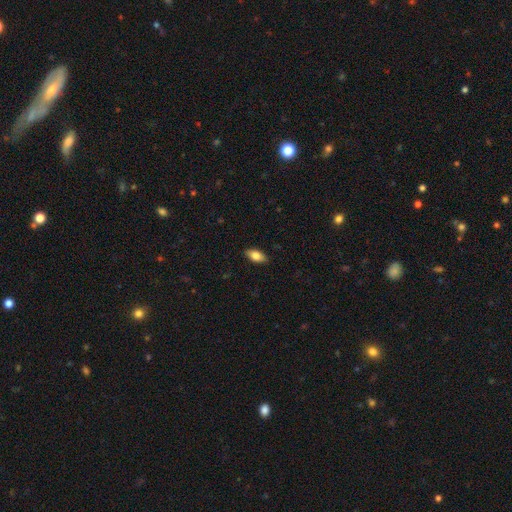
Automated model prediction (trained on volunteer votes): Smooth or featured: smooth — 82% (featured or disk — 11%)
How rounded: in between — 90% (cigar-shaped — 6%)
Merging: none — 88% (minor disturbance — 9%)